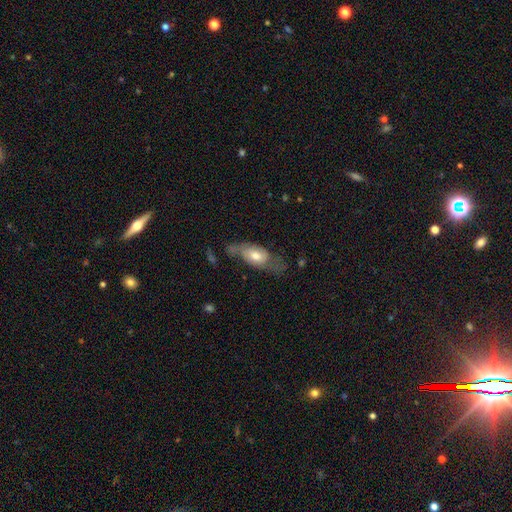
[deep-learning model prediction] This is possibly a smooth galaxy (49%). Merging: marginally none (39%).